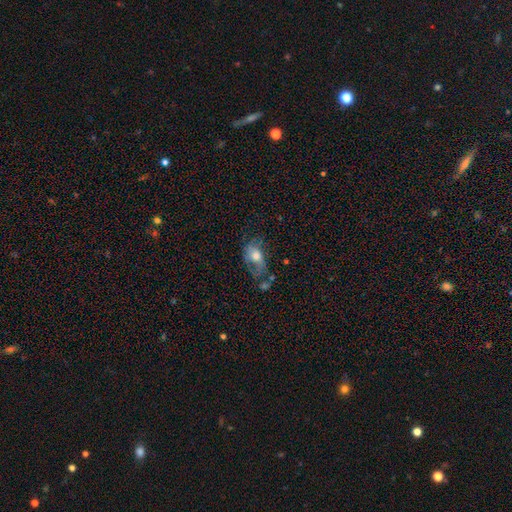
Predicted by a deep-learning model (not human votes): The model was most divided on "smooth or featured": featured or disk: 47%, smooth: 44%, star or artifact: 9%. Remaining: merging — none (34%).